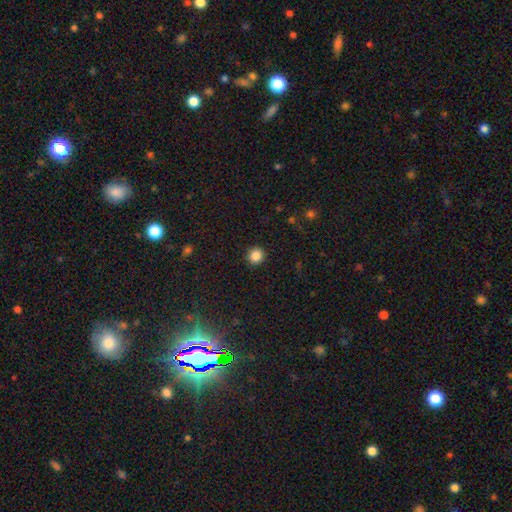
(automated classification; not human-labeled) Smooth or featured? smooth (86%)
How rounded? round (93%)
Merging? none (92%)